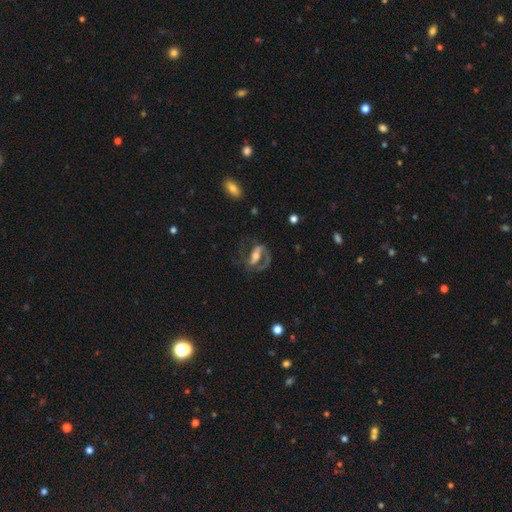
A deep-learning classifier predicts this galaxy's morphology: Smooth or featured: featured or disk — 80% (smooth — 14%)
Edge-on disk: no — 93% (yes — 7%)
Bar: strong — 53% (weak — 28%)
Spiral arms: yes — 88% (no — 12%)
Spiral winding: medium — 51% (loose — 26%)
Spiral arm count: 2 — 74% (1 — 18%)
Bulge size: moderate — 58% (small — 29%)
Merging: none — 56% (major disturbance — 25%)